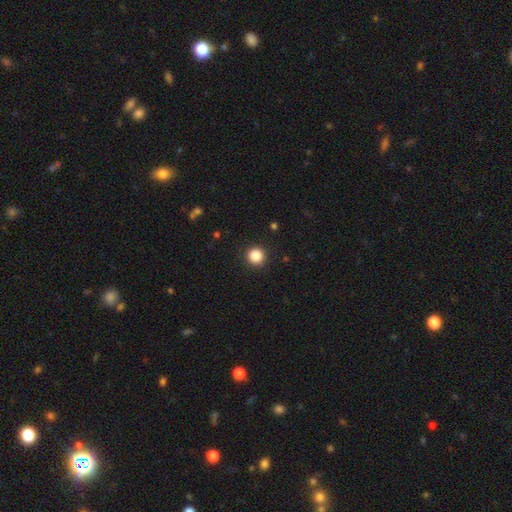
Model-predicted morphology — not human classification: smooth 86%, star or artifact 11%, featured or disk 3%. Down the decision tree: how rounded — round (94%); merging — none (92%).